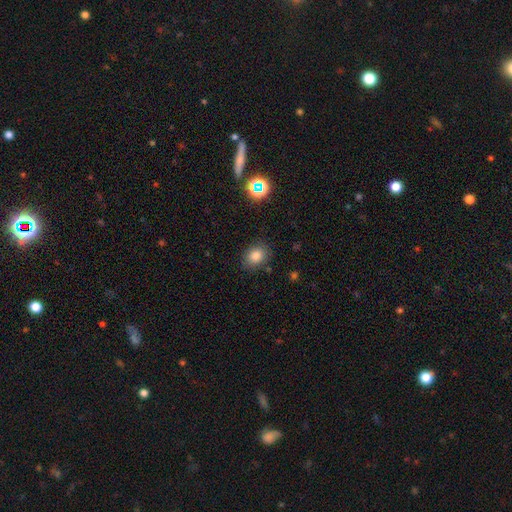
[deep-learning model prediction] Smooth or featured? smooth (80%)
How rounded? in between (55%)
Merging? none (83%)